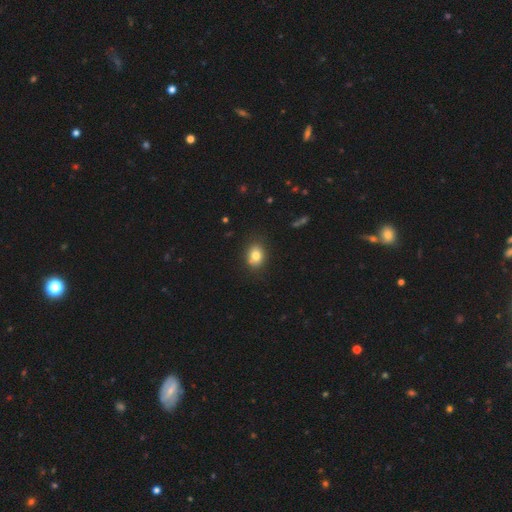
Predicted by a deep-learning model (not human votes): Smooth or featured?
  - smooth: 80% *
  - star or artifact: 10%
  - featured or disk: 10%
How rounded?
  - in between: 55% *
  - round: 44%
  - cigar-shaped: 1%
Merging?
  - none: 77% *
  - minor disturbance: 15%
  - merger: 4%
  - major disturbance: 3%